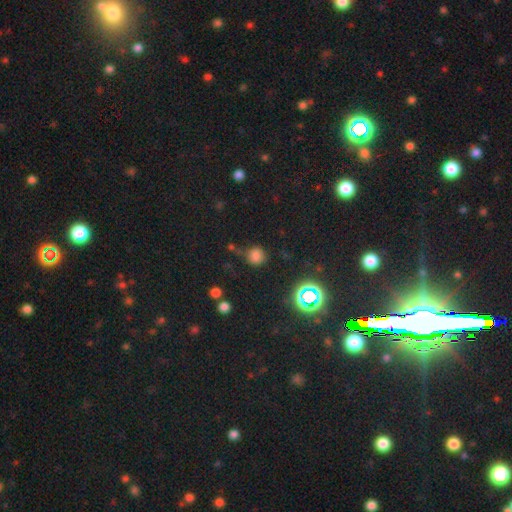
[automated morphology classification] Smooth or featured? smooth (68%)
How rounded? round (87%)
Merging? none (67%)